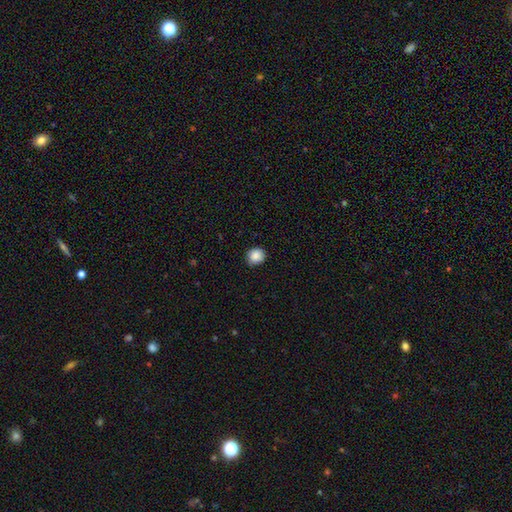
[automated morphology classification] Smooth or featured? Predicted: smooth (p=0.88). How rounded? Predicted: round (p=0.83). Merging? Predicted: none (p=0.84).